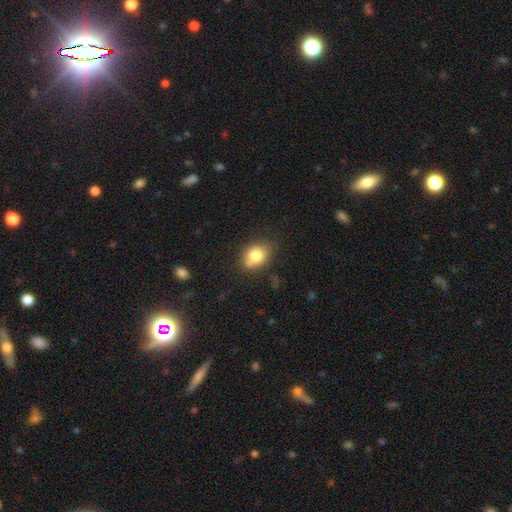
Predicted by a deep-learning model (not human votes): smooth 78%, featured or disk 12%, star or artifact 10%. Down the decision tree: how rounded — round (54%); merging — none (63%).